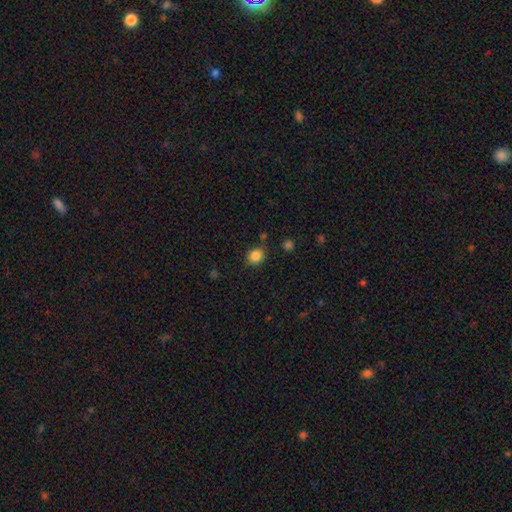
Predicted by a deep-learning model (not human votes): Smooth or featured?
  - smooth: 85% *
  - star or artifact: 11%
  - featured or disk: 4%
How rounded?
  - round: 77% *
  - in between: 22%
  - cigar-shaped: 1%
Merging?
  - none: 81% *
  - minor disturbance: 12%
  - merger: 4%
  - major disturbance: 3%